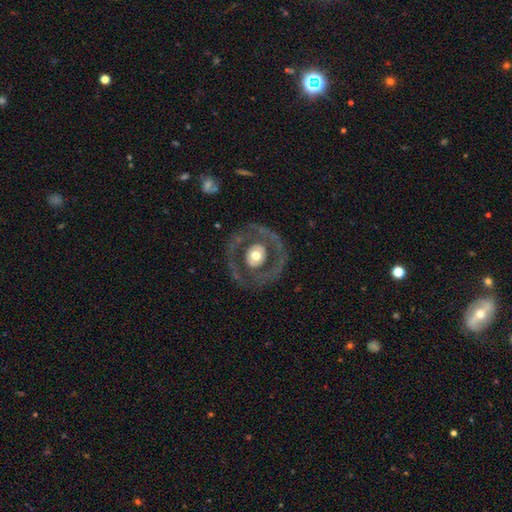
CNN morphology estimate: Q: Smooth or featured?
A: featured or disk (65%); runner-up: smooth (30%)
Q: Edge-on disk?
A: no (96%); runner-up: yes (4%)
Q: Bar?
A: no (82%); runner-up: weak (13%)
Q: Spiral arms?
A: no (73%); runner-up: yes (27%)
Q: Bulge size?
A: moderate (63%); runner-up: large (27%)
Q: Merging?
A: none (78%); runner-up: minor disturbance (11%)